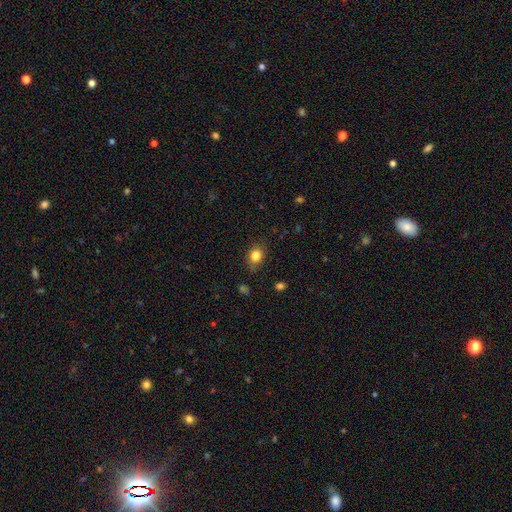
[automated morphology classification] A smooth galaxy with no disk features (83%) that is round (54%).

Vote fractions:
- Smooth or featured? smooth: 83% / star or artifact: 11% / featured or disk: 6%
- How rounded? round: 54% / in between: 45% / cigar-shaped: 1%
- Merging? none: 81% / minor disturbance: 14% / major disturbance: 3% / merger: 2%